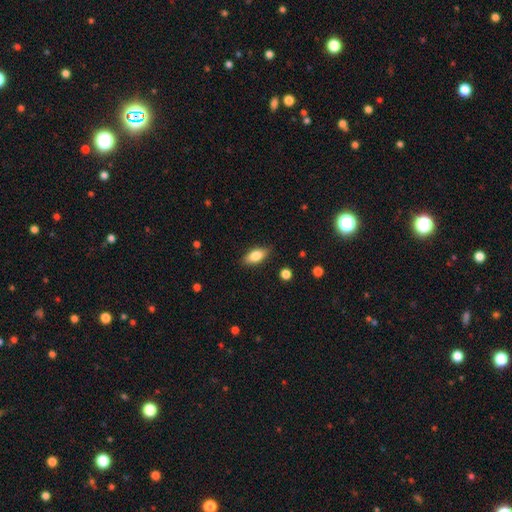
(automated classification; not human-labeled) smooth-or-featured: smooth: 80% | featured or disk: 13% | star or artifact: 7%
  how-rounded: in between: 84% | cigar-shaped: 12% | round: 3%
  merging: none: 86% | minor disturbance: 11% | major disturbance: 2% | merger: 1%